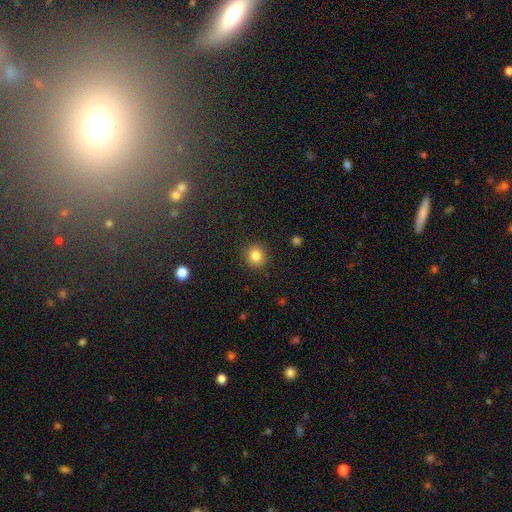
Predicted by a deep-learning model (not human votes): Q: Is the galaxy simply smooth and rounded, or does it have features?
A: smooth — 84%.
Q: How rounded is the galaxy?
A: round — 89%.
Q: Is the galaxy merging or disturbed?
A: none — 90%.